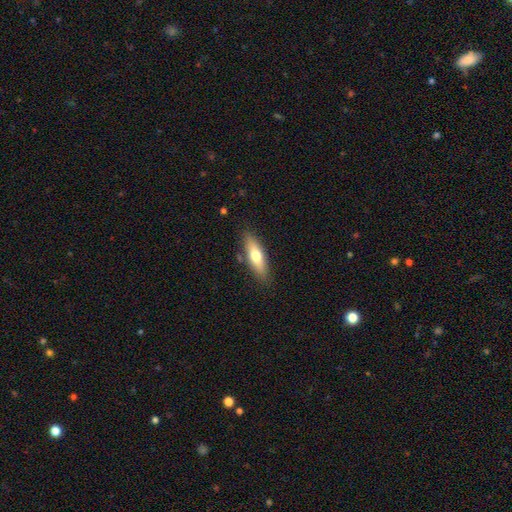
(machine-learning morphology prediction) Smooth or featured? smooth (63%)
How rounded? in between (50%)
Merging? none (84%)